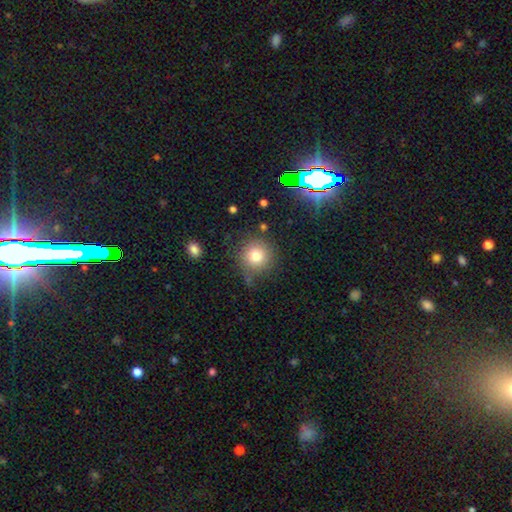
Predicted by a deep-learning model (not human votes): smooth 77%, star or artifact 12%, featured or disk 11%. Down the decision tree: how rounded — round (92%); merging — none (73%).